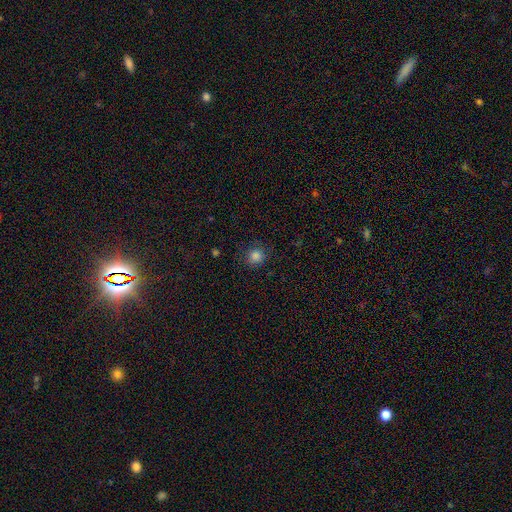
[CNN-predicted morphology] A smooth galaxy with no disk features (83%) that is round (89%).

Vote fractions:
- Smooth or featured? smooth: 83% / star or artifact: 12% / featured or disk: 4%
- How rounded? round: 89% / in between: 10% / cigar-shaped: 1%
- Merging? none: 82% / minor disturbance: 12% / major disturbance: 4% / merger: 1%